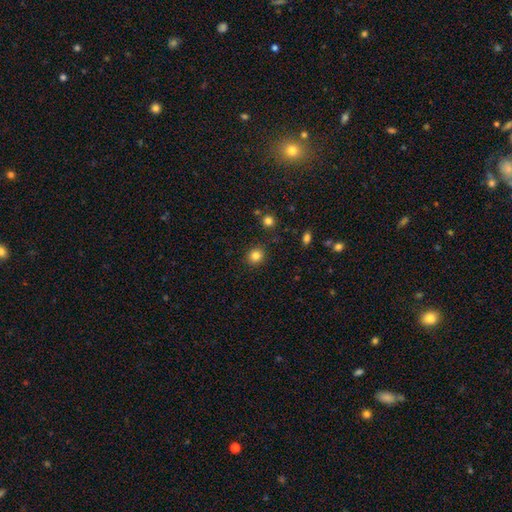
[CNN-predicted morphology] Smooth or featured?
  - smooth: 83% *
  - star or artifact: 12%
  - featured or disk: 5%
How rounded?
  - round: 86% *
  - in between: 13%
  - cigar-shaped: 1%
Merging?
  - none: 89% *
  - minor disturbance: 7%
  - major disturbance: 2%
  - merger: 2%